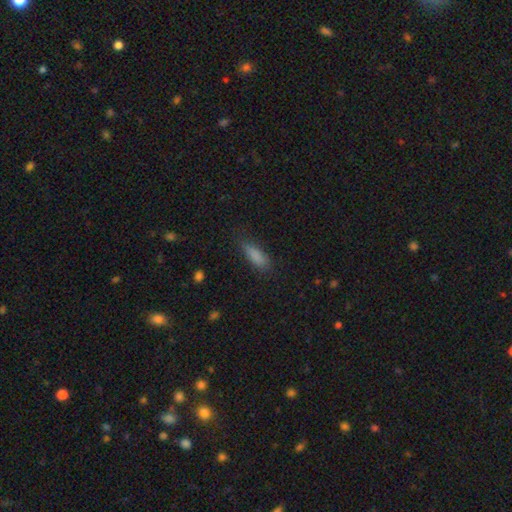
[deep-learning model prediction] A smooth galaxy with no disk features (85%) that is in between round and cigar-shaped (59%). Merging: none (73%).